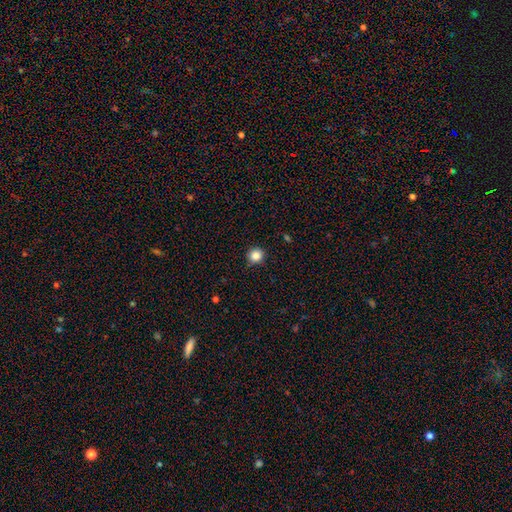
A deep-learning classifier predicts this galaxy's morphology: Smooth or featured: smooth — 86% (star or artifact — 11%)
How rounded: round — 93% (in between — 6%)
Merging: none — 90% (minor disturbance — 8%)